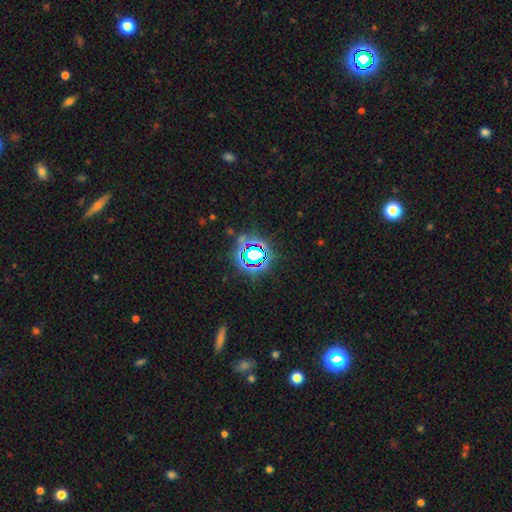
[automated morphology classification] Smooth or featured? star or artifact (73%)